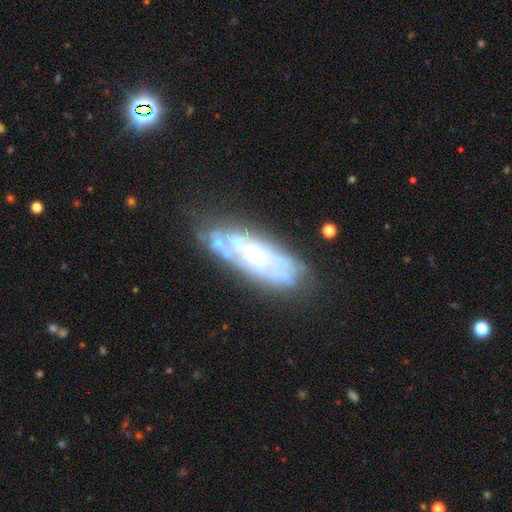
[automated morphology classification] type=featured or disk (71%); edge-on=no (80%); bar=no (80%); spiral arms=no (54%); bulge=small (57%); merging=none (65%).